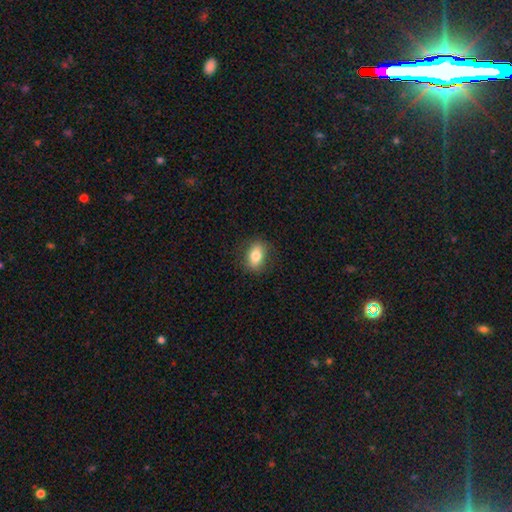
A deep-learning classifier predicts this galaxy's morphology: Q: Smooth or featured?
A: smooth (80%); runner-up: featured or disk (12%)
Q: How rounded?
A: in between (78%); runner-up: round (18%)
Q: Merging?
A: none (84%); runner-up: minor disturbance (11%)